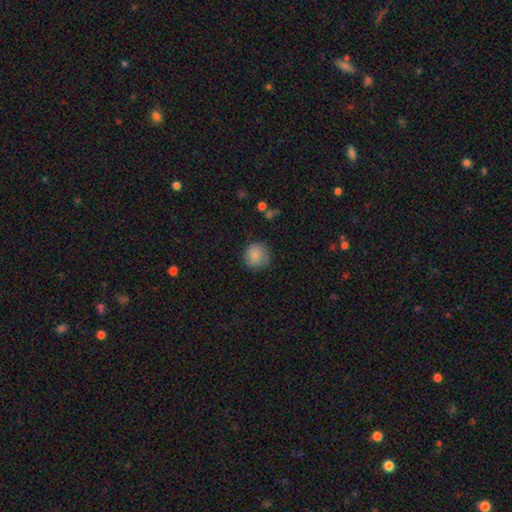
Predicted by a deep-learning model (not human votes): Morphology: type=smooth (85%); roundness=round (92%); merging=none (82%).